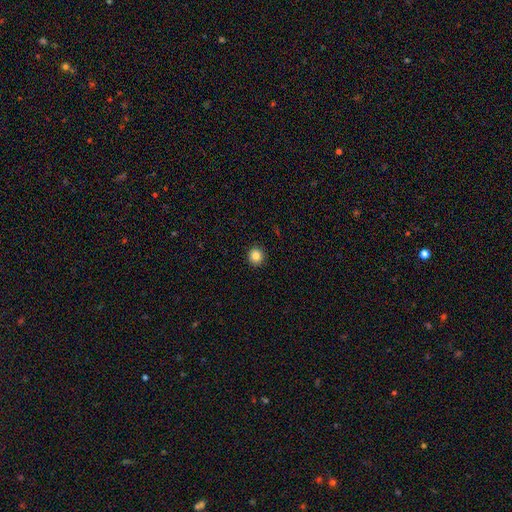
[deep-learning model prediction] This appears to be a smooth galaxy with no disk features (85%) that is round (91%). Merging: none (93%).